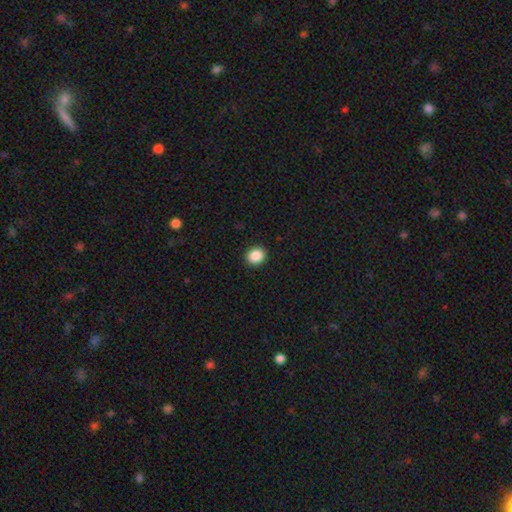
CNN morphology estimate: The model was most divided on "how rounded": round: 74%, in between: 25%, cigar-shaped: 1%. More confident: merging — none (92%); smooth or featured — smooth (88%).